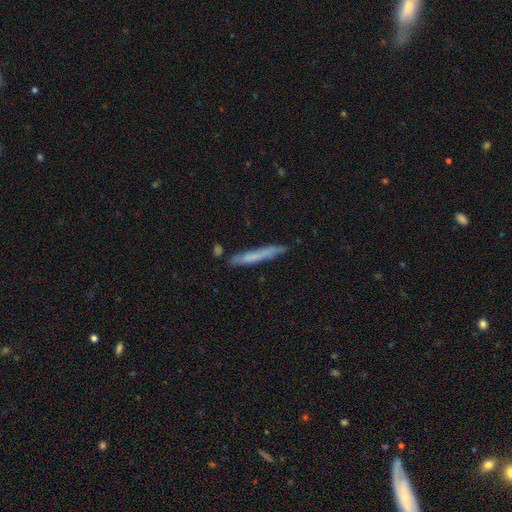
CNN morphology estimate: The model was most divided on "smooth or featured": smooth: 59%, featured or disk: 34%, star or artifact: 7%. More confident: how rounded — cigar-shaped (96%); merging — none (77%).